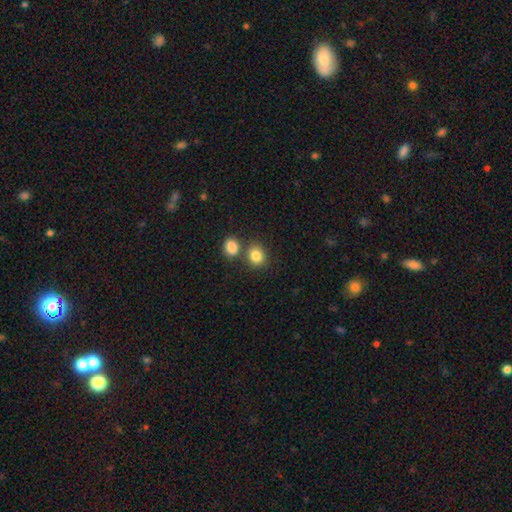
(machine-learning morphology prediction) type=smooth (84%); roundness=round (70%); merging=none (62%).